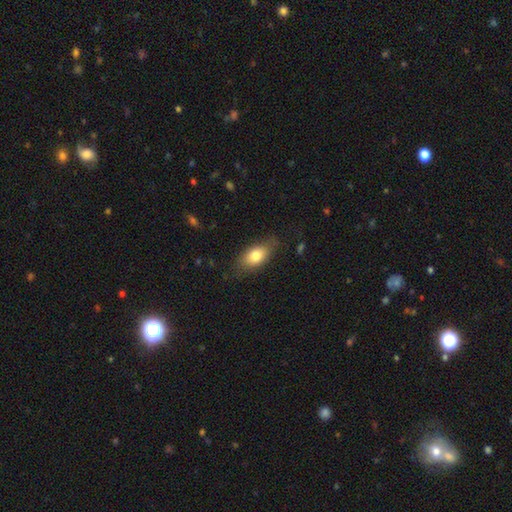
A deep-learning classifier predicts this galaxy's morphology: Smooth or featured?
  - smooth: 77% *
  - featured or disk: 15%
  - star or artifact: 7%
How rounded?
  - in between: 86% *
  - round: 7%
  - cigar-shaped: 7%
Merging?
  - none: 75% *
  - minor disturbance: 19%
  - major disturbance: 5%
  - merger: 1%